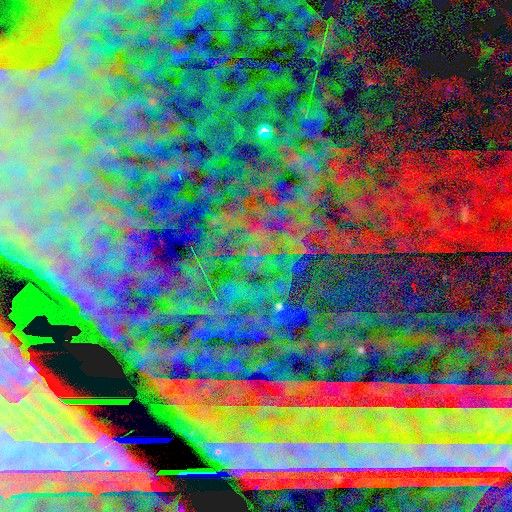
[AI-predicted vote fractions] Overall: star or artifact (87%).